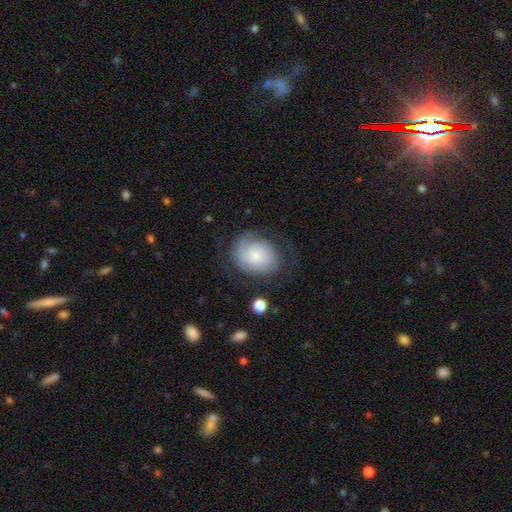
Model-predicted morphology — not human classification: smooth_or_featured: featured or disk (p=0.49) [alt: smooth p=0.43]
merging: none (p=0.58) [alt: minor disturbance p=0.23]